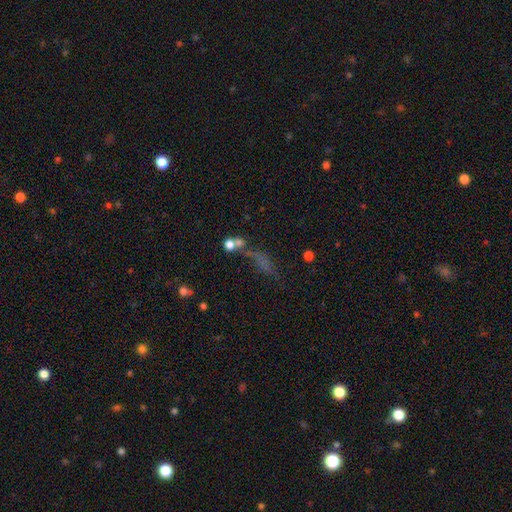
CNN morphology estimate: smooth-or-featured: star or artifact: 40% | smooth: 38% | featured or disk: 22%